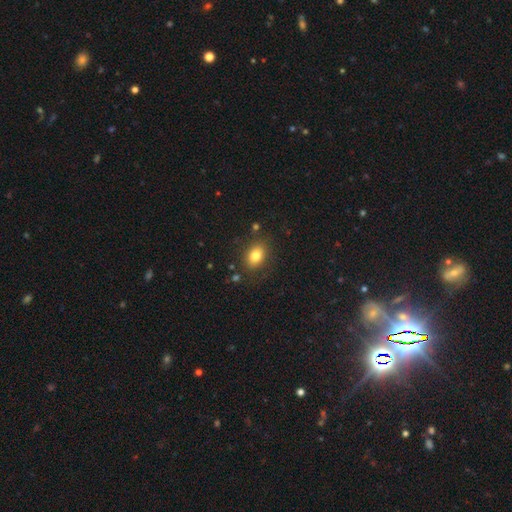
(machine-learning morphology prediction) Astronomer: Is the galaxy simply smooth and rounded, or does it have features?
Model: smooth — 80%.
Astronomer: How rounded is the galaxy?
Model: in between — 72%.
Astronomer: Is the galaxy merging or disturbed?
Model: none — 82%.